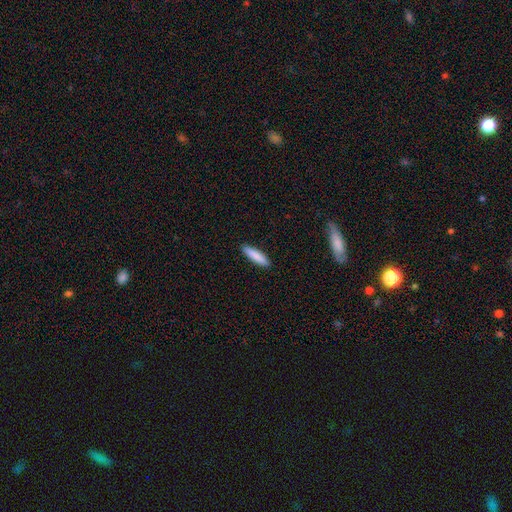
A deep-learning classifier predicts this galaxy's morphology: This is clearly a smooth galaxy (87%). How rounded: likely cigar-shaped (77%). Merging: clearly none (91%).